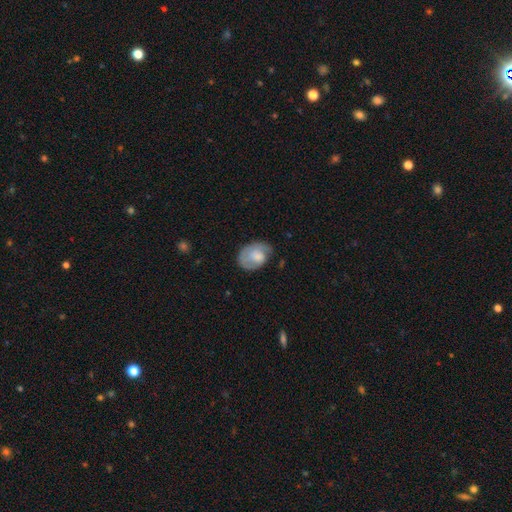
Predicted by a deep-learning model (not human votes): smooth 47%, featured or disk 46%, star or artifact 7%. Down the decision tree: merging — none (54%).